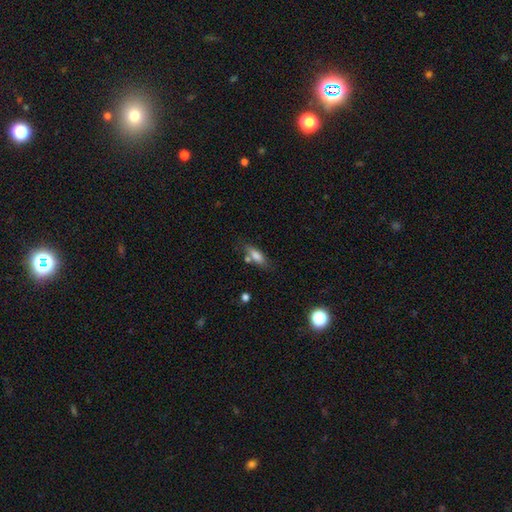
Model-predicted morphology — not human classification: type=smooth (78%); roundness=in between (66%); merging=none (67%).